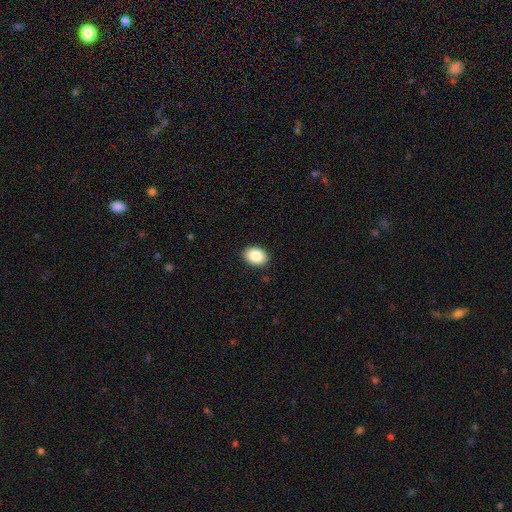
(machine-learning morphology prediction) A smooth galaxy with no disk features (87%) that is in between round and cigar-shaped (72%).

Vote fractions:
- Smooth or featured? smooth: 87% / star or artifact: 8% / featured or disk: 5%
- How rounded? in between: 72% / round: 27% / cigar-shaped: 1%
- Merging? none: 90% / minor disturbance: 7% / major disturbance: 2% / merger: 1%